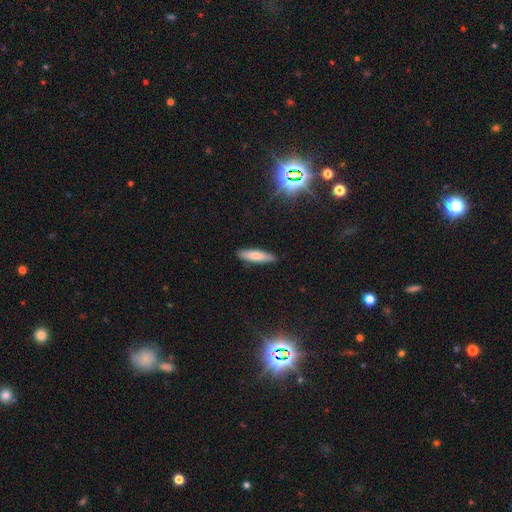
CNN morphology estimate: Overall: smooth (77%). How rounded: cigar-shaped (72%). Merging: none (89%).